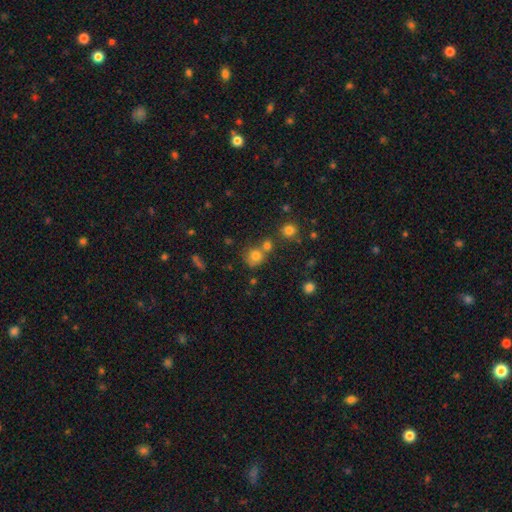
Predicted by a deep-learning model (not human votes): Smooth or featured? Predicted: smooth (p=0.75). How rounded? Predicted: round (p=0.82). Merging? Predicted: none (p=0.54).